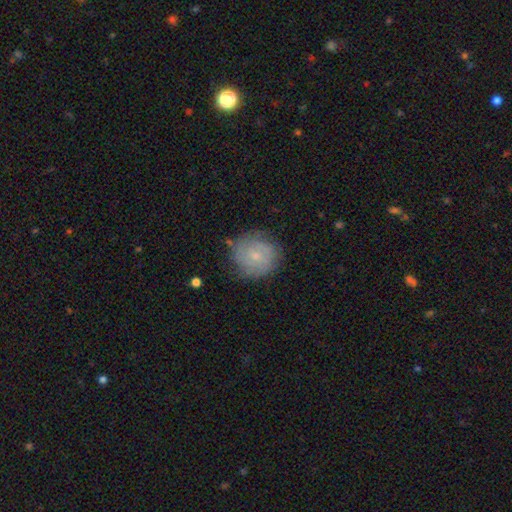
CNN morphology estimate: This appears to be a featured or disk galaxy (46%, tied with smooth). Merging: none (77%).